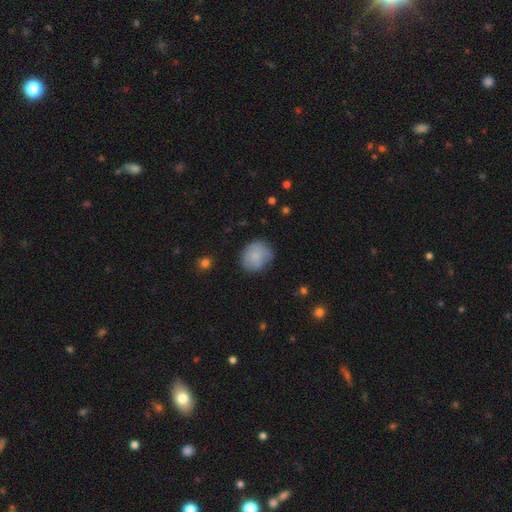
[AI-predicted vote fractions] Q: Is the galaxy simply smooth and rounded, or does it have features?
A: smooth — 78%.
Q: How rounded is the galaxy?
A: round — 74%.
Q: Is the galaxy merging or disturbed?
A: none — 61%.